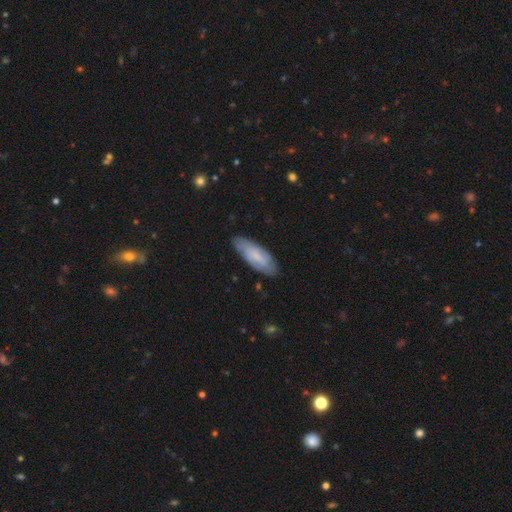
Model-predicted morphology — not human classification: A smooth galaxy with no disk features (62%) that is in between round and cigar-shaped (67%). Merging: none (75%).